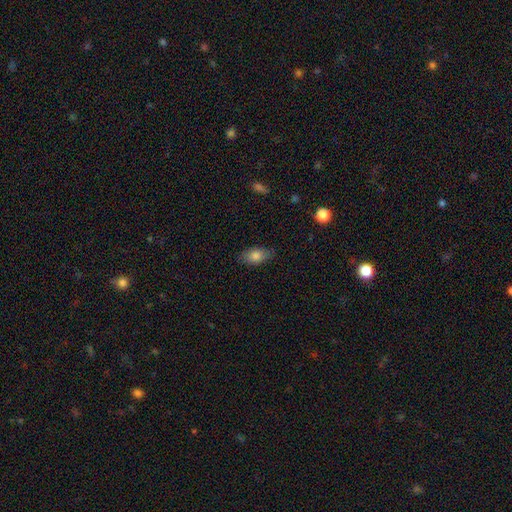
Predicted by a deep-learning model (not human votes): This appears to be a smooth galaxy with no disk features (80%) that is in between round and cigar-shaped (89%). Merging: none (81%).